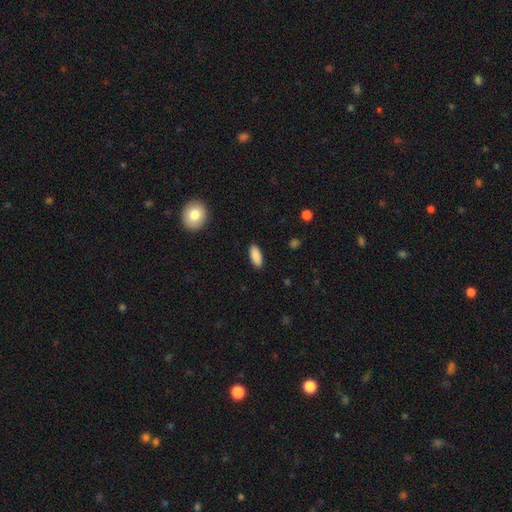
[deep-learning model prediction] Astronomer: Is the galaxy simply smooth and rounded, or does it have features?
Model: smooth — 89%.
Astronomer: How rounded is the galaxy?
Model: in between — 82%.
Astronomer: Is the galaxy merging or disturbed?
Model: none — 89%.